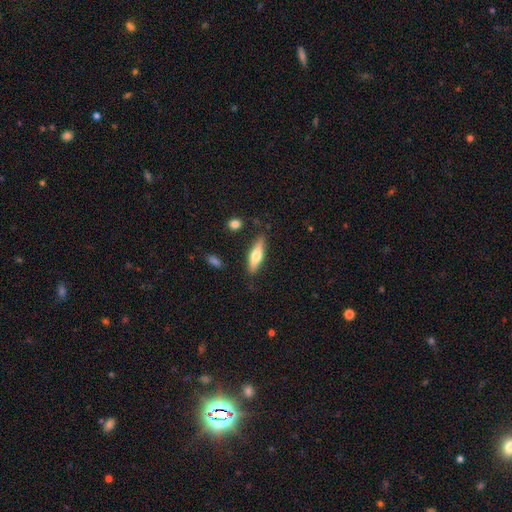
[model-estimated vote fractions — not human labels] Smooth or featured? smooth (57%)
How rounded? cigar-shaped (62%)
Merging? none (82%)